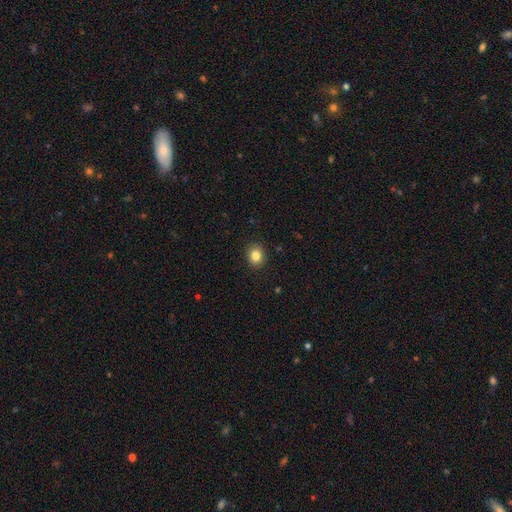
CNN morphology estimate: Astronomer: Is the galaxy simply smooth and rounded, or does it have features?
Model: smooth — 84%.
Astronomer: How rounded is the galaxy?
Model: round — 64%.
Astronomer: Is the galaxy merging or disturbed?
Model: none — 90%.